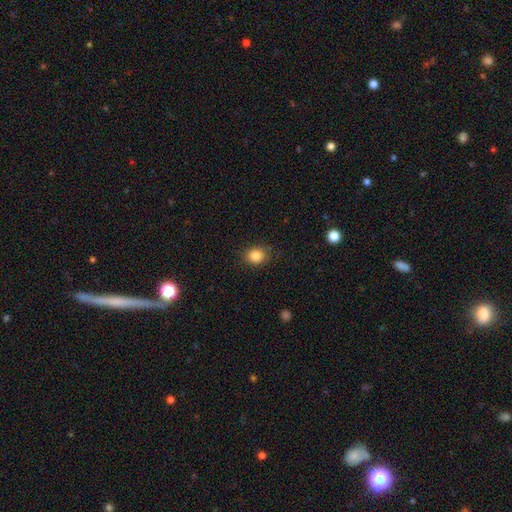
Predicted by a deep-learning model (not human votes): smooth_or_featured: smooth (p=0.84) [alt: star or artifact p=0.11]
how_rounded: round (p=0.70) [alt: in between p=0.29]
merging: none (p=0.84) [alt: minor disturbance p=0.12]